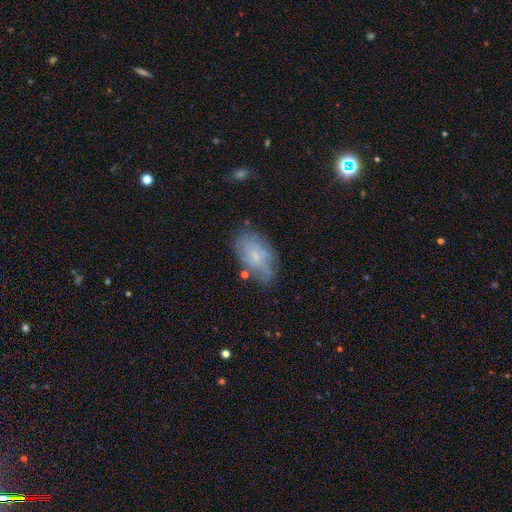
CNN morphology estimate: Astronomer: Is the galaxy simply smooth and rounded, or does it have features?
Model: featured or disk — 46% (runner-up: smooth, 45%).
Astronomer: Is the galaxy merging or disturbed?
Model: none — 63%.